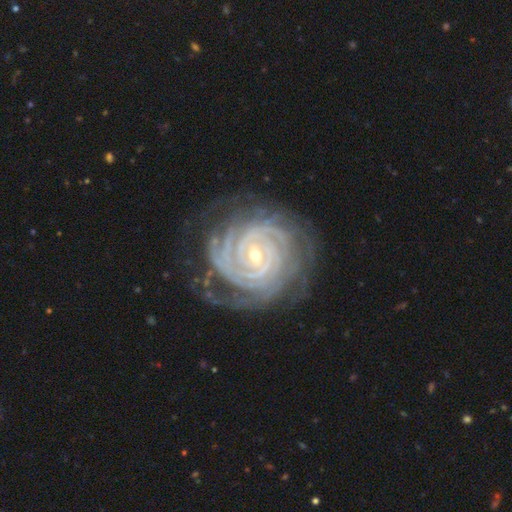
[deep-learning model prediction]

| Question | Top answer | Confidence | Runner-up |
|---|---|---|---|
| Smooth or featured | featured or disk | 93% | star or artifact (4%) |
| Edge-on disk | no | 98% | yes (2%) |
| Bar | no | 40% | weak (36%) |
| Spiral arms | yes | 99% | no (1%) |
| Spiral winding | tight | 88% | medium (10%) |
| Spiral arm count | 4 | 23% | can't tell (19%) |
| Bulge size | small | 63% | moderate (35%) |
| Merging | none | 74% | minor disturbance (17%) |